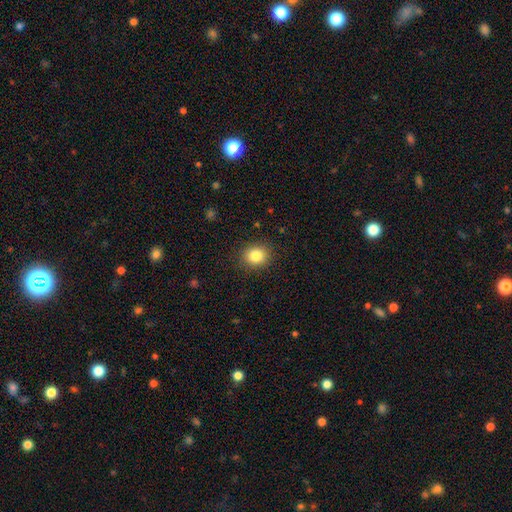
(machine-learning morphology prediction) This is clearly a smooth galaxy (83%). How rounded: likely round (72%). Merging: clearly none (88%).